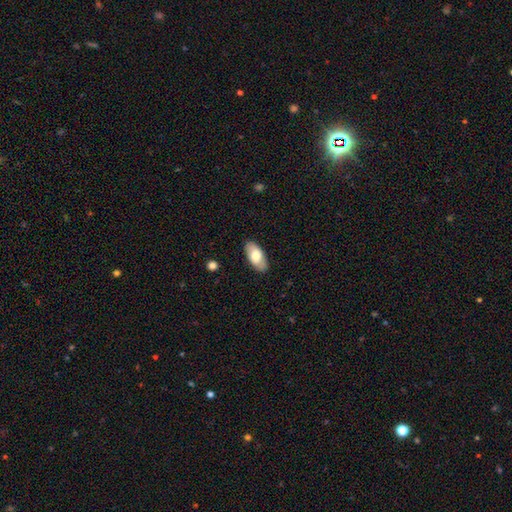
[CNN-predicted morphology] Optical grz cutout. It shows a smooth galaxy with no disk features (71%) that is in between round and cigar-shaped (92%). Merging: none (87%).